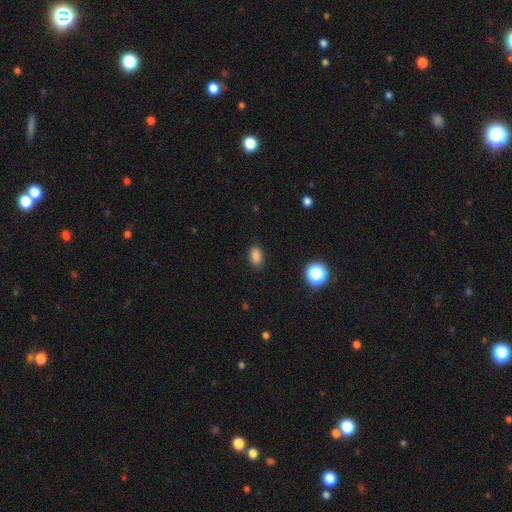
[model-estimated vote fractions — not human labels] Smooth or featured?
  - smooth: 84% *
  - star or artifact: 12%
  - featured or disk: 4%
How rounded?
  - in between: 83% *
  - round: 15%
  - cigar-shaped: 2%
Merging?
  - none: 87% *
  - minor disturbance: 10%
  - major disturbance: 3%
  - merger: 1%